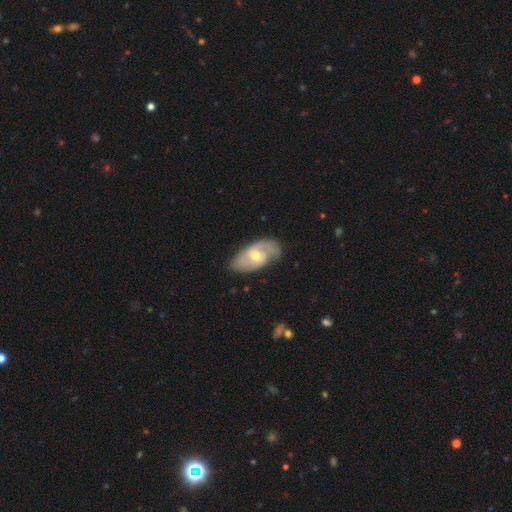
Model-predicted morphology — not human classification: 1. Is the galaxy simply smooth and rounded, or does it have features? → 74% featured or disk, 20% smooth, 5% star or artifact.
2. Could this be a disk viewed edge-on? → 94% no, 6% yes.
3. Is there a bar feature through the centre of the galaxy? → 52% no, 40% weak, 9% strong.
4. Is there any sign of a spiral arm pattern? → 88% yes, 12% no.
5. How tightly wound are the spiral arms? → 42% medium, 37% tight, 21% loose.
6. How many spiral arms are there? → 63% 2, 18% can't tell, 12% 1, 5% 3, 2% 4, 1% more than 4.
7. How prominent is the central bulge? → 60% moderate, 35% small, 3% large, 1% none, 1% dominant.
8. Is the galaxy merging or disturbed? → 69% none, 22% minor disturbance, 7% major disturbance, 2% merger.